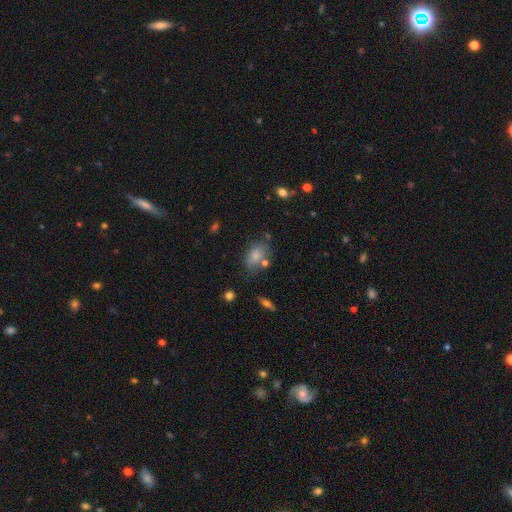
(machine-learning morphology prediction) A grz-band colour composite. It shows a smooth galaxy with no disk features (74%) that is in between round and cigar-shaped (82%). Merging: none (55%).